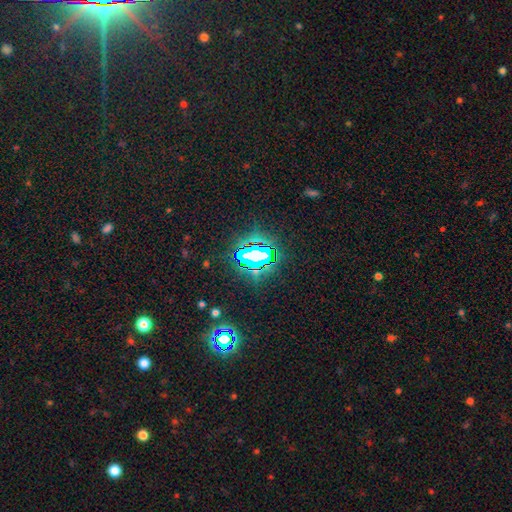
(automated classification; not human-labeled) A star or artifact, not a galaxy (71%).

Vote fractions:
- Smooth or featured? star or artifact: 71% / smooth: 16% / featured or disk: 12%